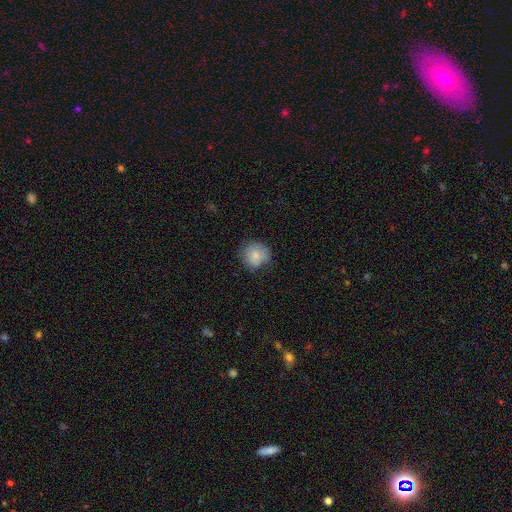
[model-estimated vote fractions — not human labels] smooth-or-featured: smooth: 79% | featured or disk: 12% | star or artifact: 9%
  how-rounded: round: 86% | in between: 13% | cigar-shaped: 1%
  merging: none: 63% | minor disturbance: 27% | major disturbance: 8% | merger: 2%